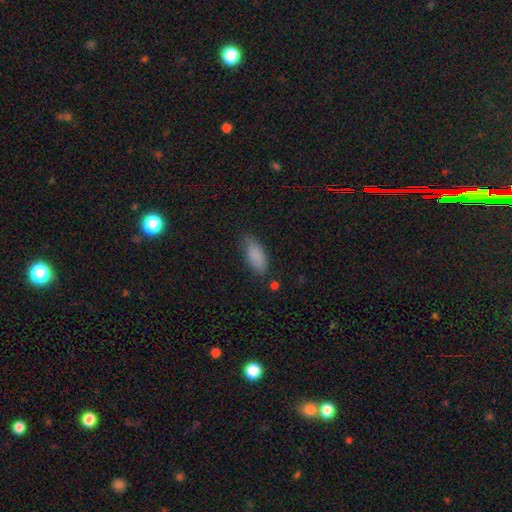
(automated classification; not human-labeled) smooth_or_featured: smooth (p=0.87) [alt: star or artifact p=0.07]
how_rounded: in between (p=0.84) [alt: cigar-shaped p=0.14]
merging: none (p=0.73) [alt: minor disturbance p=0.21]